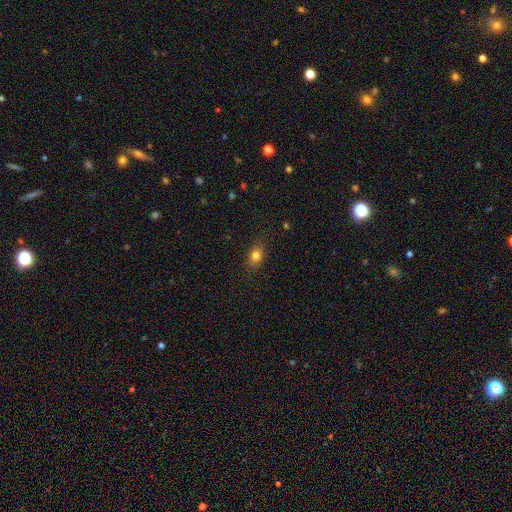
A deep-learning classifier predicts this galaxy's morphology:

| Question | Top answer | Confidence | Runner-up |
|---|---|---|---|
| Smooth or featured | smooth | 80% | star or artifact (12%) |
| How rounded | in between | 60% | round (37%) |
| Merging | none | 85% | minor disturbance (11%) |